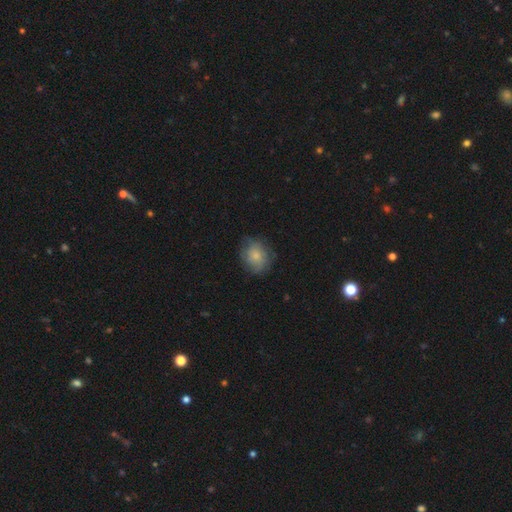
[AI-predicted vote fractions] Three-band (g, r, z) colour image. It shows a smooth galaxy with no disk features (71%) that is round (63%). Merging: none (72%).